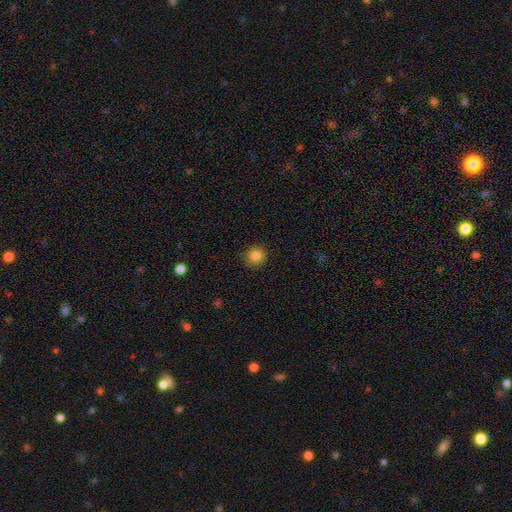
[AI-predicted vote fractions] smooth-or-featured: smooth: 84% | star or artifact: 11% | featured or disk: 5%
  how-rounded: round: 82% | in between: 17% | cigar-shaped: 1%
  merging: none: 85% | minor disturbance: 11% | major disturbance: 3% | merger: 1%